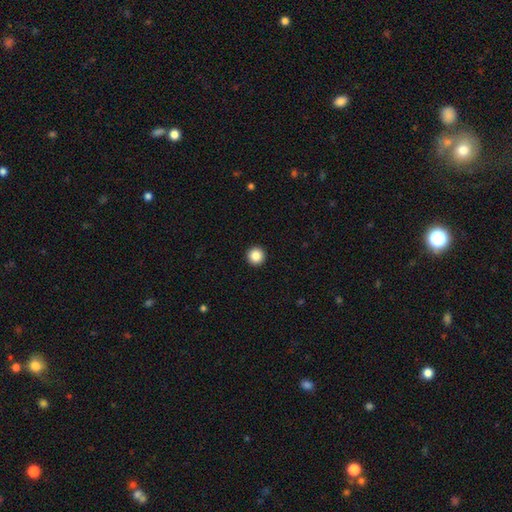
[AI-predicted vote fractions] Q: Smooth or featured?
A: smooth (86%); runner-up: star or artifact (10%)
Q: How rounded?
A: round (97%); runner-up: in between (2%)
Q: Merging?
A: none (94%); runner-up: minor disturbance (3%)